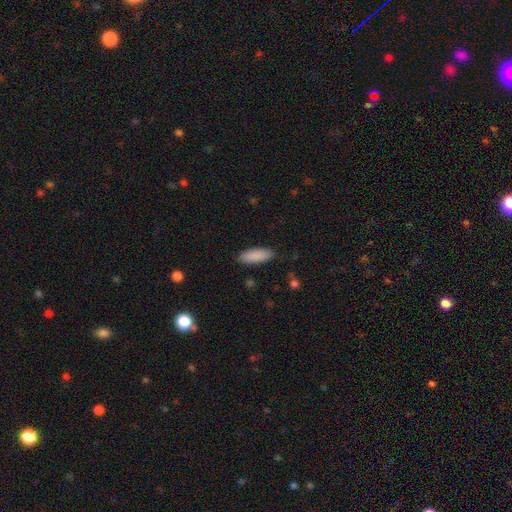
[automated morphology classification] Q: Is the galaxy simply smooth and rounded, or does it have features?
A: smooth — 89%.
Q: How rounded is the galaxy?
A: in between — 70%.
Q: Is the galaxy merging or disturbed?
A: none — 87%.